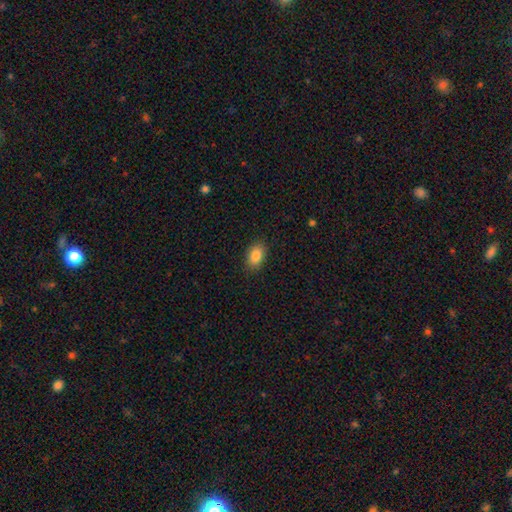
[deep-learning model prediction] A smooth galaxy with no disk features (86%) that is in between round and cigar-shaped (86%). Merging: none (88%).